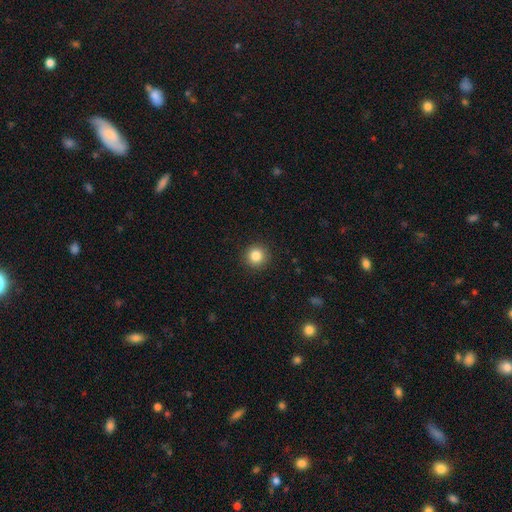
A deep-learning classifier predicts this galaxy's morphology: type=smooth (84%); roundness=round (95%); merging=none (92%).